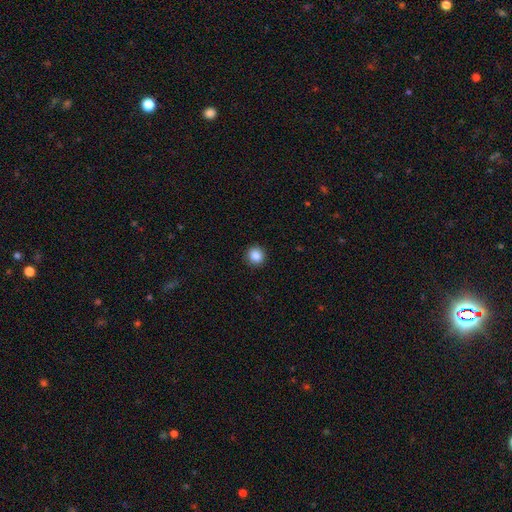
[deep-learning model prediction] Smooth or featured? Predicted: smooth (p=0.87). How rounded? Predicted: round (p=0.91). Merging? Predicted: none (p=0.91).